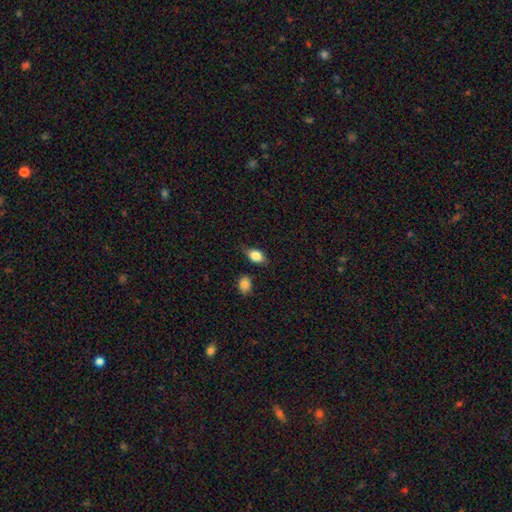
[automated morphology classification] Smooth or featured? Predicted: smooth (p=0.83). How rounded? Predicted: in between (p=0.83). Merging? Predicted: none (p=0.68).